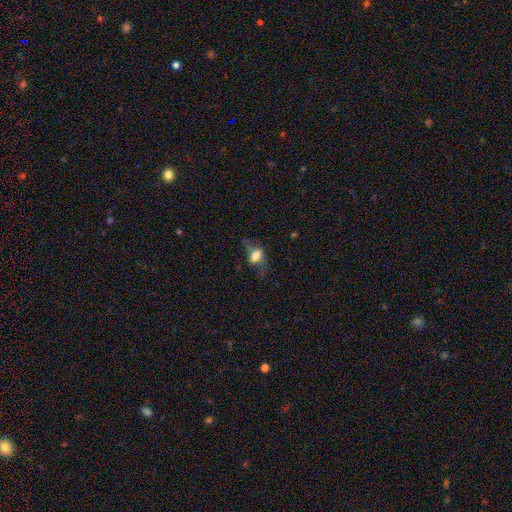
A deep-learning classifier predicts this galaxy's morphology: smooth-or-featured: smooth: 56% | featured or disk: 30% | star or artifact: 13%
  how-rounded: in between: 67% | round: 26% | cigar-shaped: 7%
  merging: none: 53% | minor disturbance: 23% | major disturbance: 22% | merger: 2%